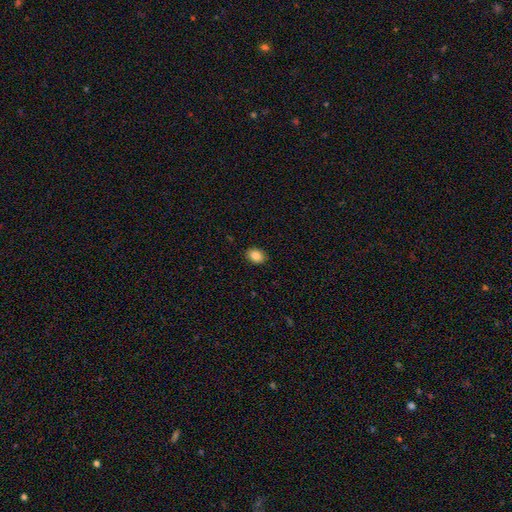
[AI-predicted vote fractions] Overall: smooth (86%). How rounded: in between (68%; round 31%). Merging: none (89%).